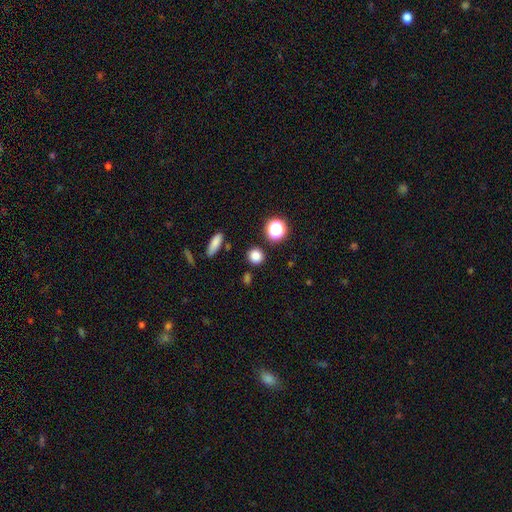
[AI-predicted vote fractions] Morphology: type=smooth (81%); roundness=round (89%); merging=none (88%).